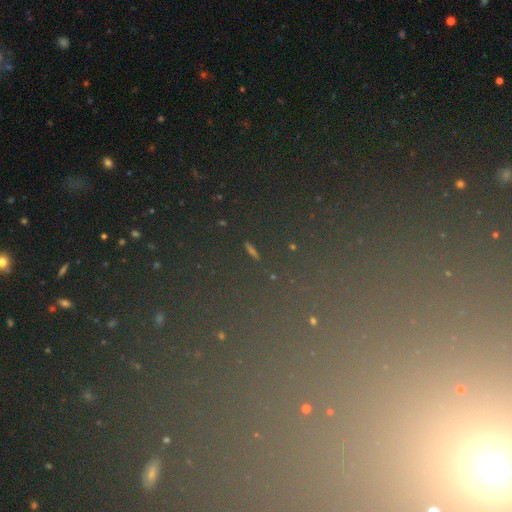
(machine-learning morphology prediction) star or artifact 74%, smooth 15%, featured or disk 11%.